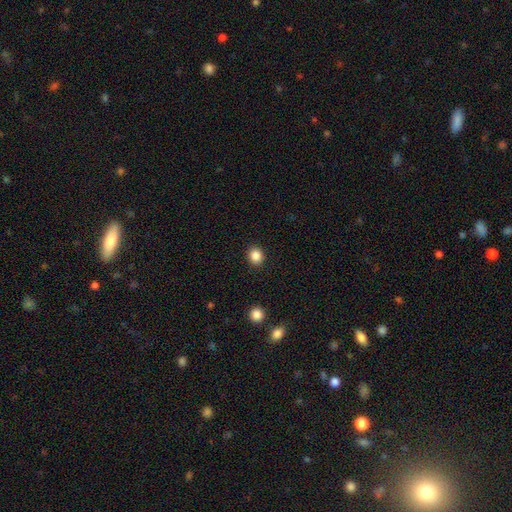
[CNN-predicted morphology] Overall: smooth (87%). How rounded: round (72%). Merging: none (91%).